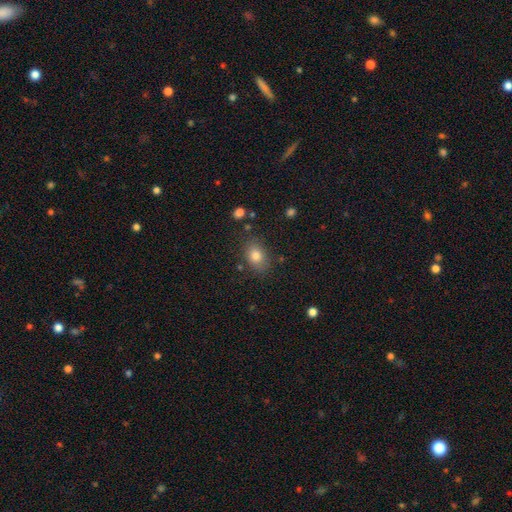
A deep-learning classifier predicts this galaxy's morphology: This is clearly a smooth galaxy (80%). How rounded: likely in between (73%). Merging: likely none (80%).